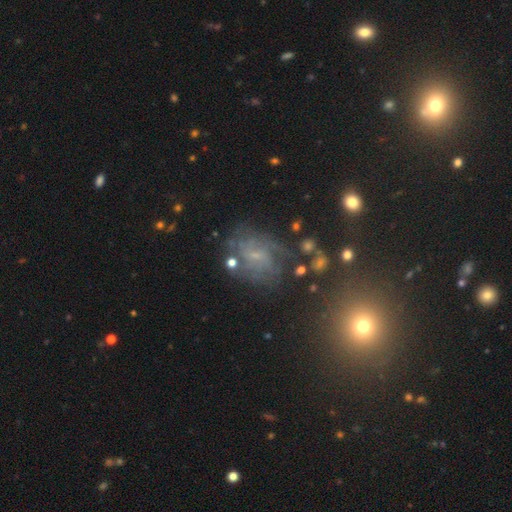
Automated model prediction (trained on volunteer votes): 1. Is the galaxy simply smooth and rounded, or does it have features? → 65% featured or disk, 18% smooth, 17% star or artifact.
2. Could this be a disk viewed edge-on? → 97% no, 3% yes.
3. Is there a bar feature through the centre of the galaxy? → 47% weak, 42% no, 10% strong.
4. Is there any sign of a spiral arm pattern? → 83% yes, 17% no.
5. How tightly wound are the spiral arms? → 42% tight, 40% medium, 18% loose.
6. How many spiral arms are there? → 45% can't tell, 23% 2, 13% 3, 7% 4, 6% 1, 6% more than 4.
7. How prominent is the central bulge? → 65% small, 16% moderate, 16% none, 2% large, 1% dominant.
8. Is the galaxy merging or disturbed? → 63% none, 18% minor disturbance, 13% major disturbance, 5% merger.